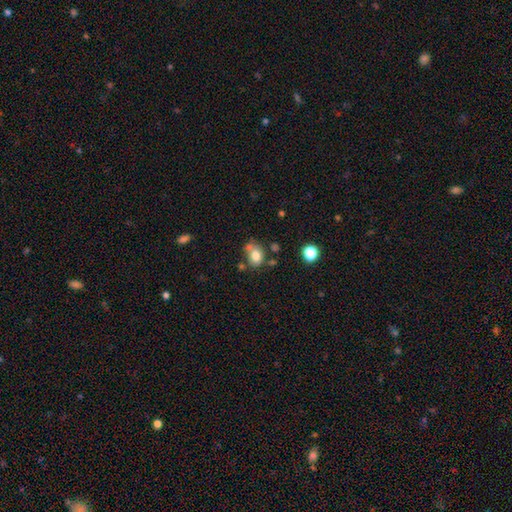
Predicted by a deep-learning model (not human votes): Q: Smooth or featured?
A: smooth (75%); runner-up: featured or disk (14%)
Q: How rounded?
A: in between (63%); runner-up: round (36%)
Q: Merging?
A: none (47%); runner-up: merger (23%)